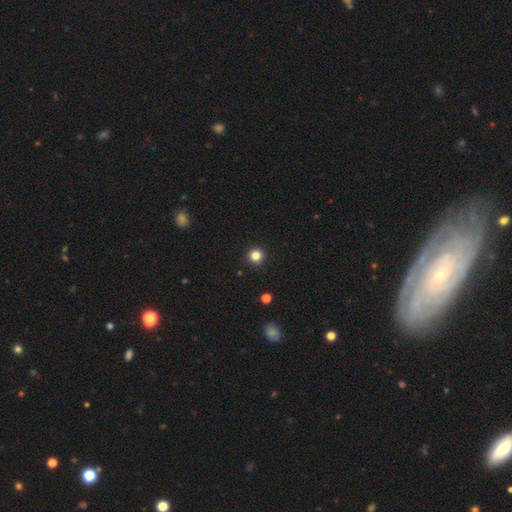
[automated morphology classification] smooth 83%, star or artifact 13%, featured or disk 4%. Down the decision tree: how rounded — round (96%); merging — none (93%).